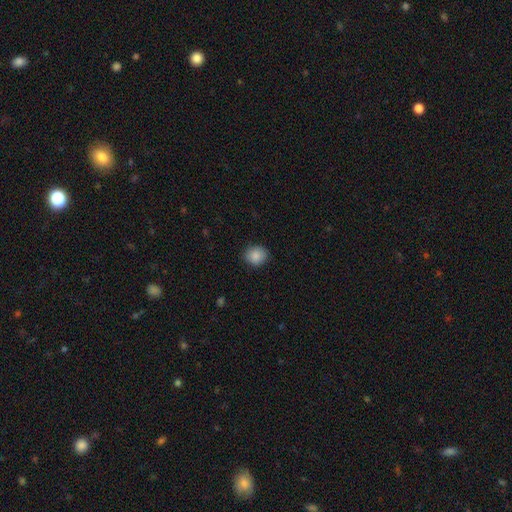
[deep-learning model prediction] This appears to be a smooth galaxy with no disk features (87%) that is round (73%). Merging: none (86%).